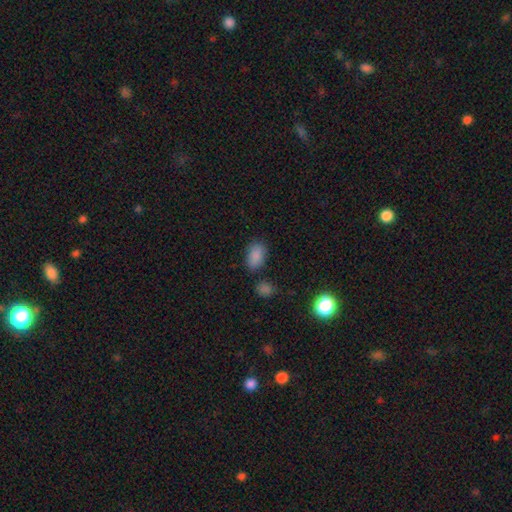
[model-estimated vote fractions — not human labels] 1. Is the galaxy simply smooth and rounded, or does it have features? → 86% smooth, 10% star or artifact, 4% featured or disk.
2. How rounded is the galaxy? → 90% in between, 8% round, 2% cigar-shaped.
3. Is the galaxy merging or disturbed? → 74% none, 16% minor disturbance, 6% merger, 4% major disturbance.